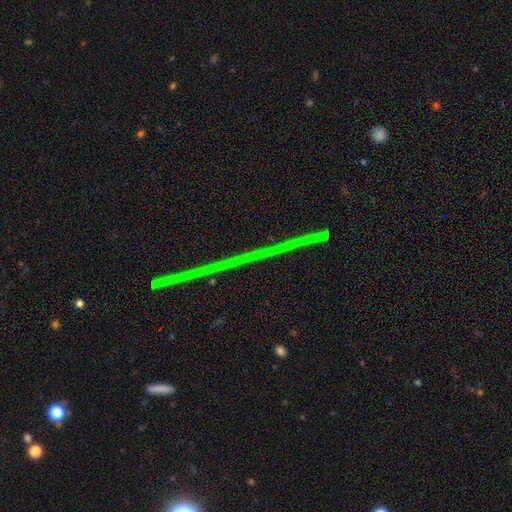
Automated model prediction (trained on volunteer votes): The model was most divided on "smooth or featured": star or artifact: 81%, featured or disk: 12%, smooth: 6%.